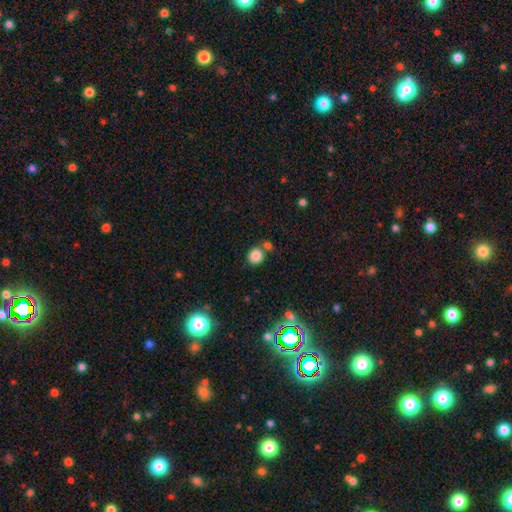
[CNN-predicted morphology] Smooth or featured?
  - smooth: 84% *
  - star or artifact: 11%
  - featured or disk: 5%
How rounded?
  - round: 87% *
  - in between: 12%
  - cigar-shaped: 1%
Merging?
  - none: 66% *
  - merger: 21%
  - minor disturbance: 9%
  - major disturbance: 3%